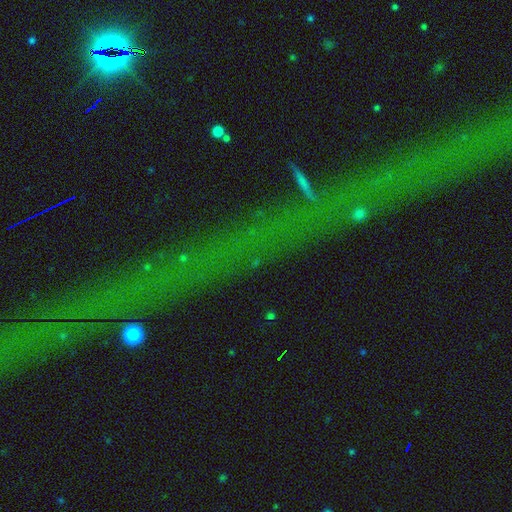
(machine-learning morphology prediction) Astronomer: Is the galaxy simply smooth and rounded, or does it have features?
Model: star or artifact — 74%.